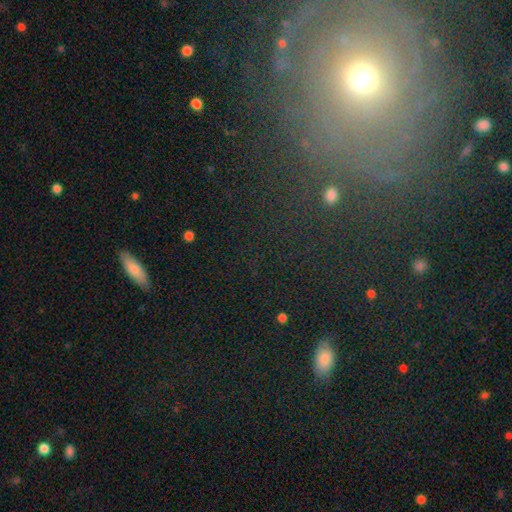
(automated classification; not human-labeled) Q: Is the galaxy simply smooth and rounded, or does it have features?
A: star or artifact — 41%.